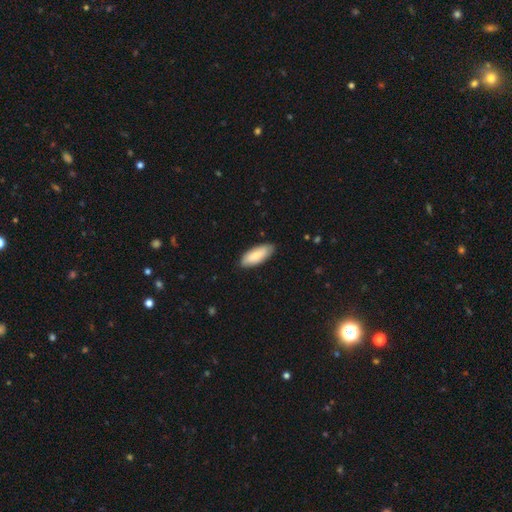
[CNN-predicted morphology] The model was most divided on "how rounded": in between: 79%, cigar-shaped: 20%, round: 2%. More confident: merging — none (85%); smooth or featured — smooth (82%).